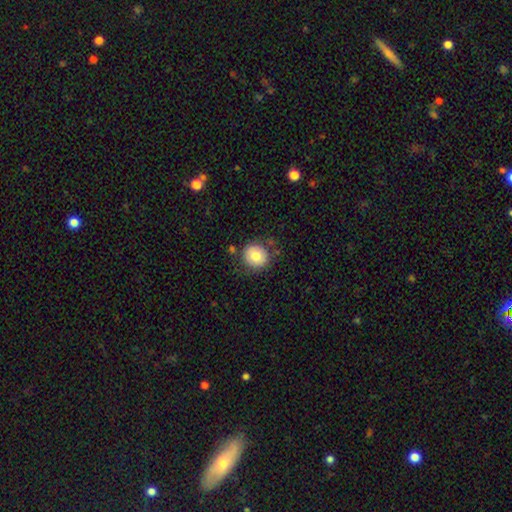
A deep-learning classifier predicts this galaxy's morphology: smooth 77%, featured or disk 14%, star or artifact 9%. Down the decision tree: how rounded — round (88%); merging — none (79%).